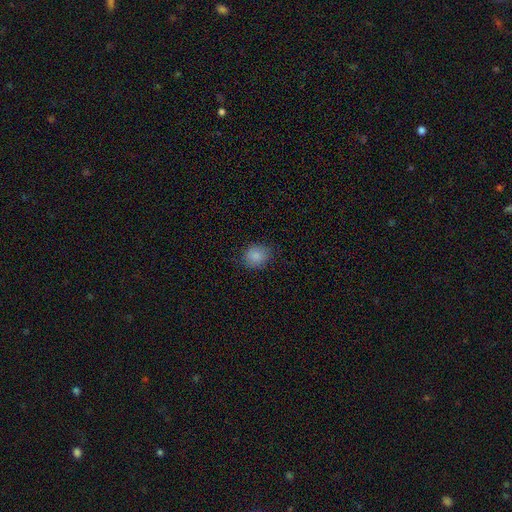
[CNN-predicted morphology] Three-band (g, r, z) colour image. It shows a smooth galaxy with no disk features (86%) that is round (68%). Merging: none (83%).